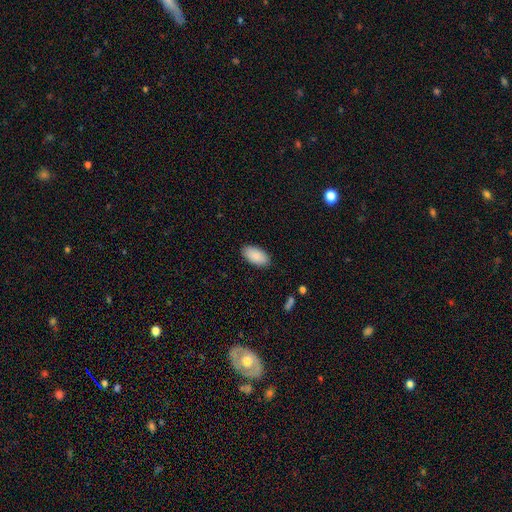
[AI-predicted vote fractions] Smooth or featured? Predicted: smooth (p=0.89). How rounded? Predicted: in between (p=0.95). Merging? Predicted: none (p=0.89).